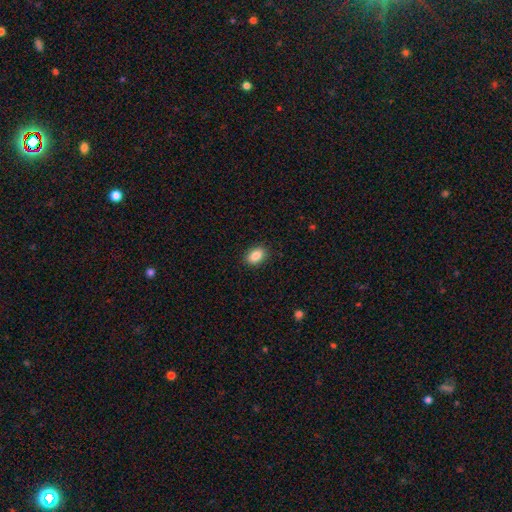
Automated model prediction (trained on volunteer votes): This appears to be a smooth galaxy with no disk features (88%) that is in between round and cigar-shaped (87%). Merging: none (89%).